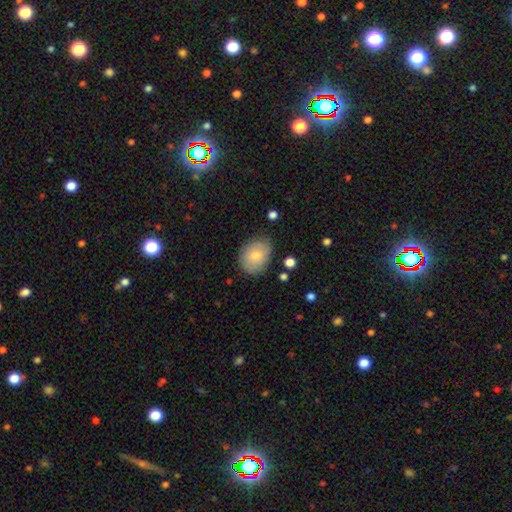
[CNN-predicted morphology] smooth-or-featured: smooth: 75% | featured or disk: 18% | star or artifact: 7%
  how-rounded: in between: 60% | round: 40% | cigar-shaped: 1%
  merging: none: 75% | minor disturbance: 19% | major disturbance: 4% | merger: 2%